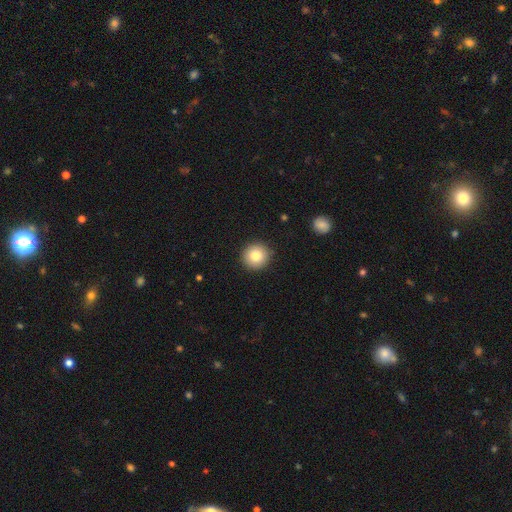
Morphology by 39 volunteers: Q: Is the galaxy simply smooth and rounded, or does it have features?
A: smooth — 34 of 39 (87%).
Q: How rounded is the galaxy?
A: round — 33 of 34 (97%).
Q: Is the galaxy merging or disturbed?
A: none — 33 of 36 (92%).